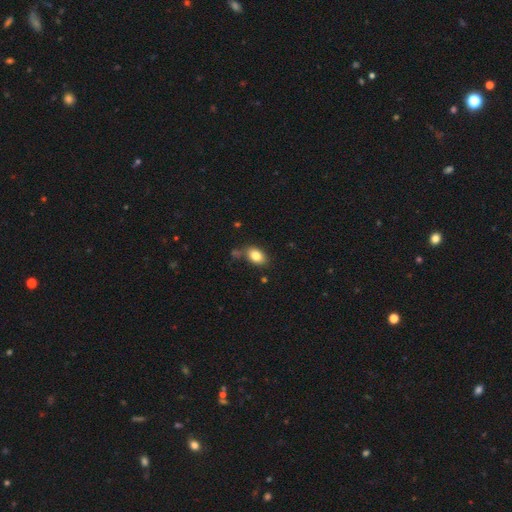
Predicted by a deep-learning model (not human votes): Morphology: type=smooth (83%); roundness=in between (86%); merging=none (74%).